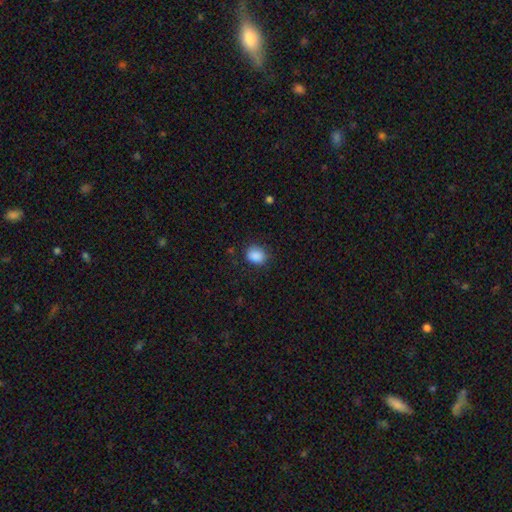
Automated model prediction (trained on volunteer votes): Q: Smooth or featured?
A: smooth (88%); runner-up: star or artifact (9%)
Q: How rounded?
A: round (54%); runner-up: in between (45%)
Q: Merging?
A: none (80%); runner-up: minor disturbance (14%)